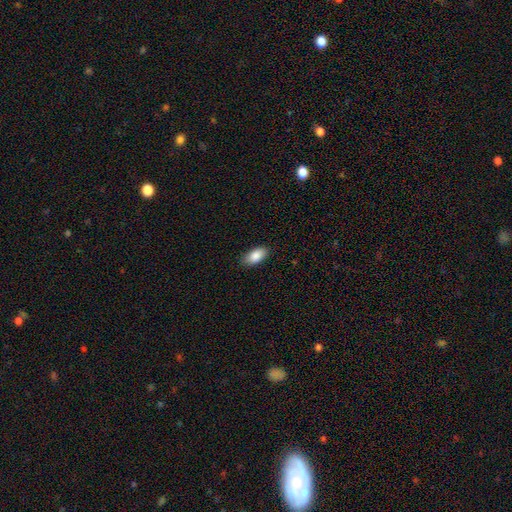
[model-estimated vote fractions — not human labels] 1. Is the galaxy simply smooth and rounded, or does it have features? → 87% smooth, 7% star or artifact, 6% featured or disk.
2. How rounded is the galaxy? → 92% in between, 5% cigar-shaped, 3% round.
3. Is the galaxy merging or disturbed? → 87% none, 10% minor disturbance, 2% major disturbance, 1% merger.